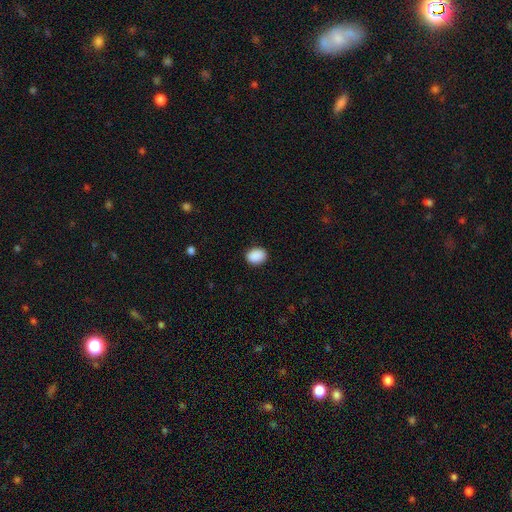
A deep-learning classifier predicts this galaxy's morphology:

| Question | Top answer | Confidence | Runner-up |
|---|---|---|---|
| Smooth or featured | smooth | 90% | star or artifact (8%) |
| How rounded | in between | 65% | round (34%) |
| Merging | none | 89% | minor disturbance (8%) |